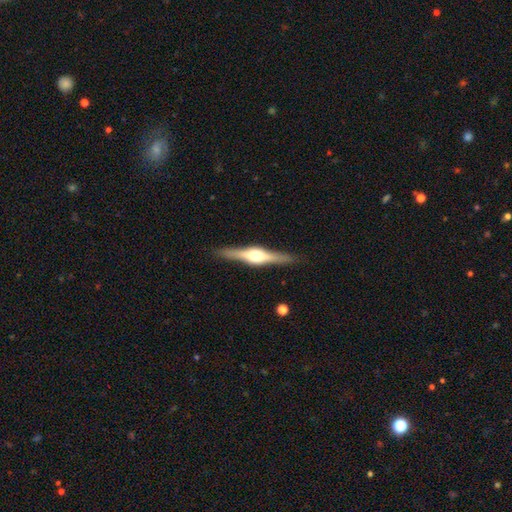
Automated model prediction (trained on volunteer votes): This is clearly a featured or disk galaxy (80%). It is clearly viewed edge-on (98%). Edge-on bulge: clearly rounded (91%). Merging: clearly none (91%).